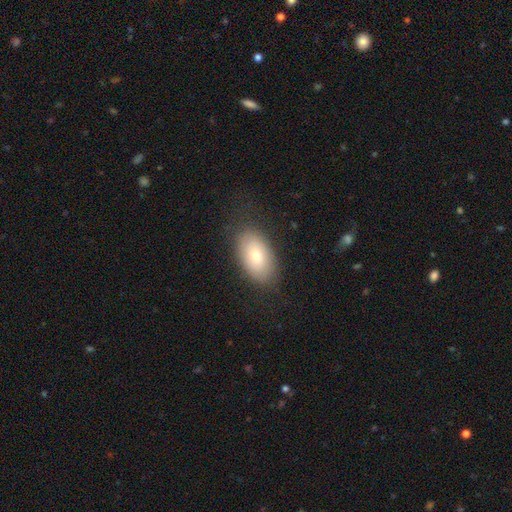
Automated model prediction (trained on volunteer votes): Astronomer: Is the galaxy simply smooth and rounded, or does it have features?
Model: smooth — 70%.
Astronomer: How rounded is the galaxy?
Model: in between — 92%.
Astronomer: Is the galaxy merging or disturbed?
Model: none — 80%.